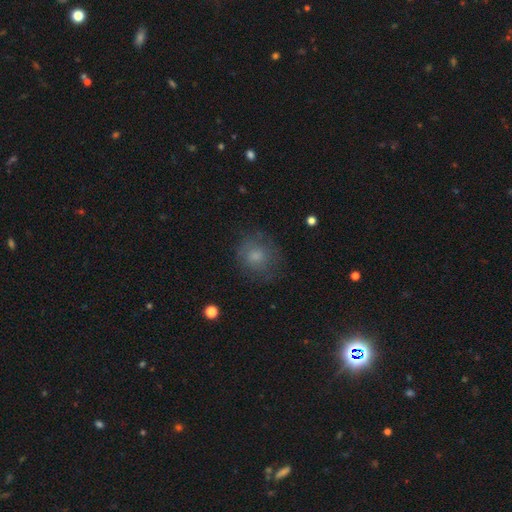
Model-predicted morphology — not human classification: Smooth or featured?
  - smooth: 70% *
  - featured or disk: 18%
  - star or artifact: 12%
How rounded?
  - round: 81% *
  - in between: 18%
  - cigar-shaped: 1%
Merging?
  - none: 73% *
  - minor disturbance: 17%
  - major disturbance: 9%
  - merger: 1%